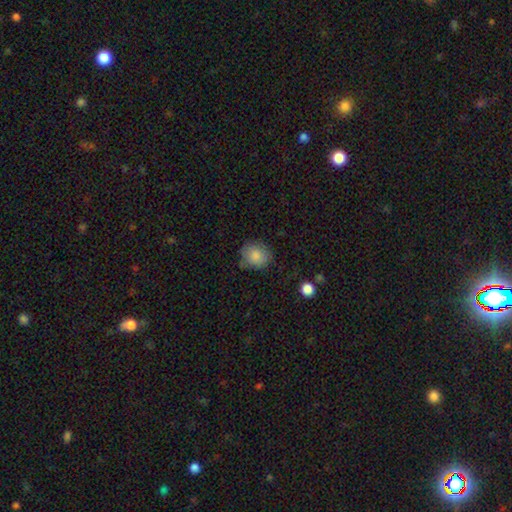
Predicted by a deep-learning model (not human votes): smooth-or-featured: smooth: 85% | star or artifact: 8% | featured or disk: 7%
  how-rounded: round: 71% | in between: 28% | cigar-shaped: 1%
  merging: none: 73% | minor disturbance: 19% | major disturbance: 5% | merger: 3%